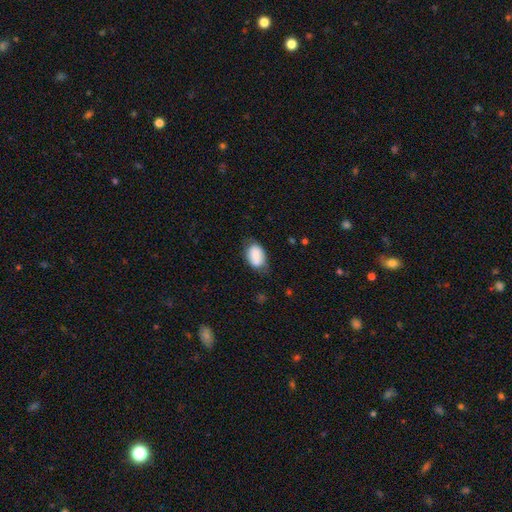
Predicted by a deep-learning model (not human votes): Smooth or featured: smooth — 77% (featured or disk — 15%)
How rounded: in between — 86% (round — 13%)
Merging: none — 63% (minor disturbance — 27%)